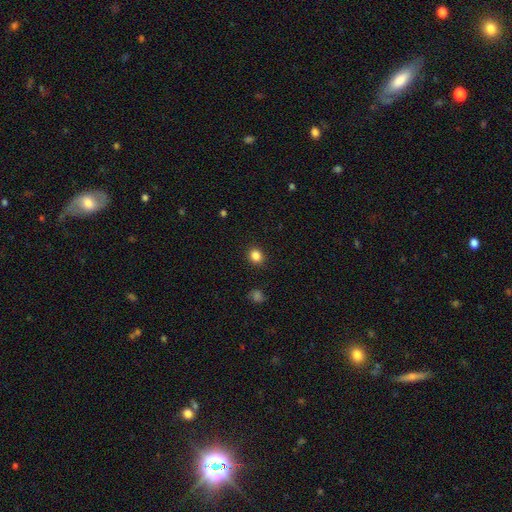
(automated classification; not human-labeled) This is clearly a smooth galaxy (85%). How rounded: likely round (67%). Merging: clearly none (90%).